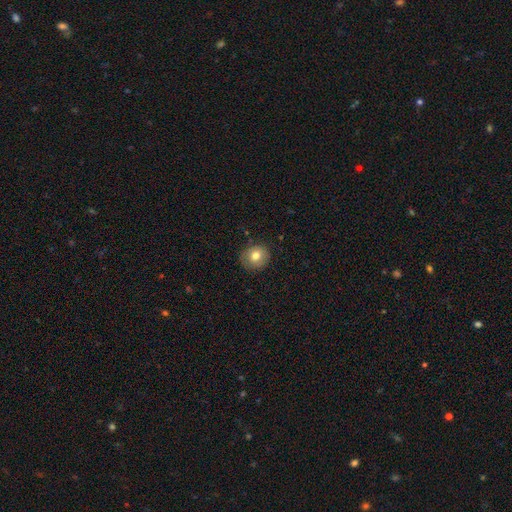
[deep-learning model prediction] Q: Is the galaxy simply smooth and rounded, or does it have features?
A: smooth — 77%.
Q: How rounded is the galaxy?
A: round — 86%.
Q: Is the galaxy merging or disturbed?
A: none — 85%.